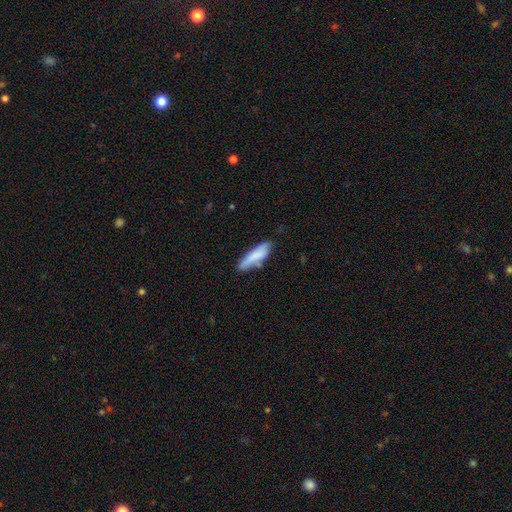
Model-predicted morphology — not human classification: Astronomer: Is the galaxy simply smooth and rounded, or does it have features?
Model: smooth — 77%.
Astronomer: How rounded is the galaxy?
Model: cigar-shaped — 67%.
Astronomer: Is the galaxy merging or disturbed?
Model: none — 60%.